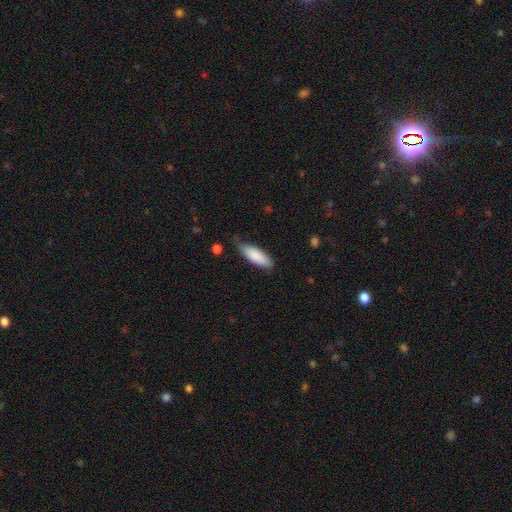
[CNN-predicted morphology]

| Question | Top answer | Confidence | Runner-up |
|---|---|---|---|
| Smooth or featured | smooth | 86% | featured or disk (9%) |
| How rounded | in between | 64% | cigar-shaped (34%) |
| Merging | none | 58% | minor disturbance (34%) |